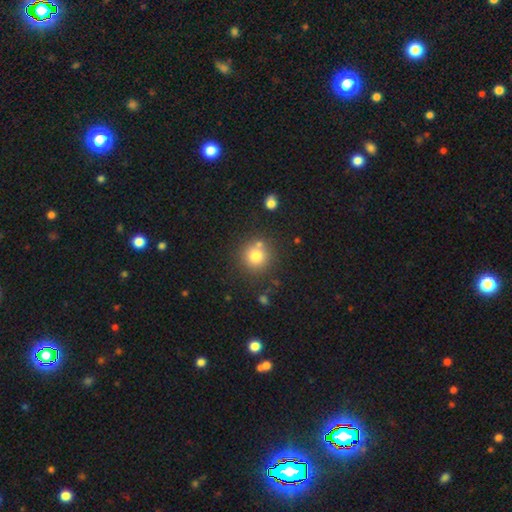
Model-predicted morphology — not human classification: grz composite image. It shows a smooth galaxy with no disk features (79%) that is round (93%). Merging: none (75%).